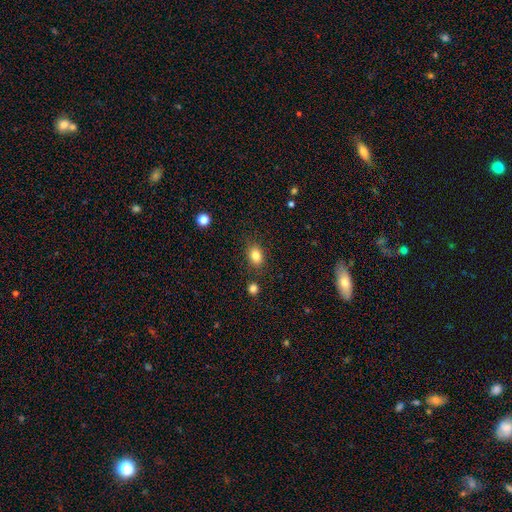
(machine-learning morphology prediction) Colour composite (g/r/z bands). It shows a smooth galaxy with no disk features (84%) that is in between round and cigar-shaped (72%). Merging: none (82%).